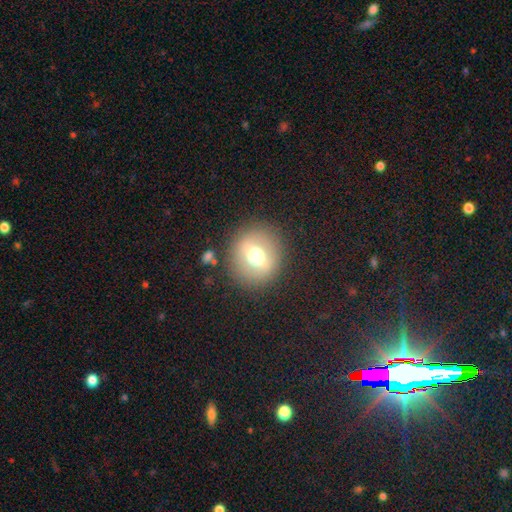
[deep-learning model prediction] Morphology: type=smooth (60%); roundness=round (88%); merging=none (86%).